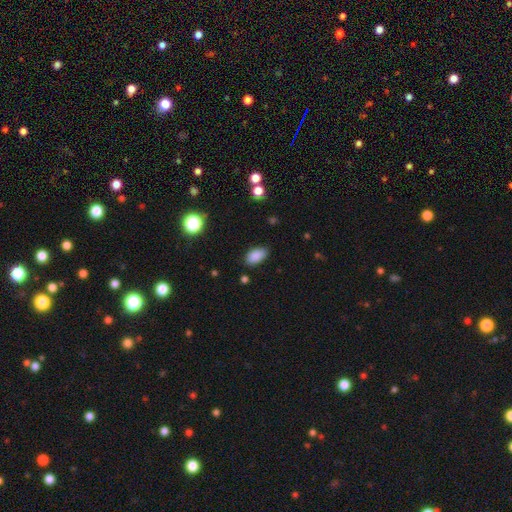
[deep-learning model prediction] A smooth galaxy with no disk features (87%) that is in between round and cigar-shaped (92%). Merging: none (83%).